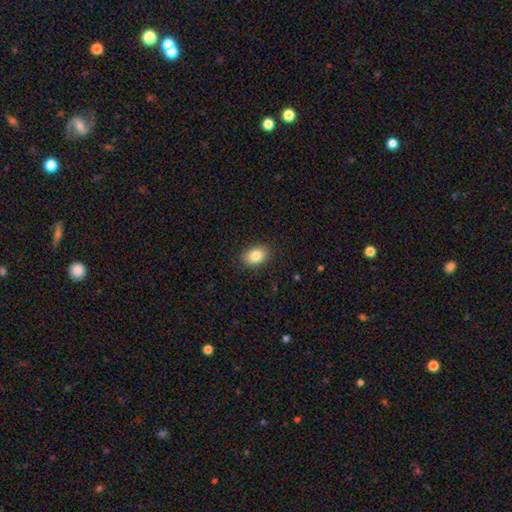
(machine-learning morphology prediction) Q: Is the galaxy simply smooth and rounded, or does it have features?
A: smooth — 84%.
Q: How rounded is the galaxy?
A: in between — 80%.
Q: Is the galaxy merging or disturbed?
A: none — 88%.